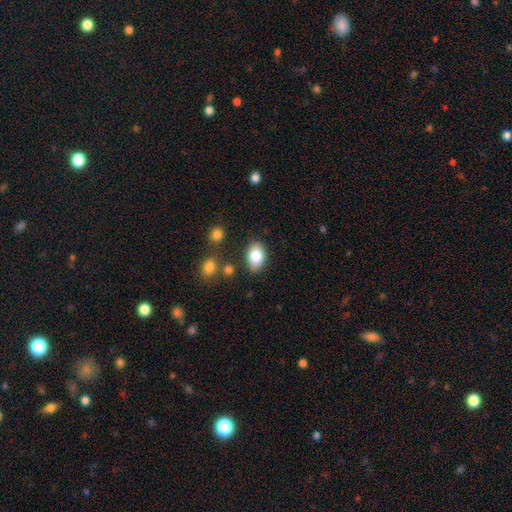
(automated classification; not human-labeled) Smooth or featured? Predicted: smooth (p=0.82). How rounded? Predicted: in between (p=0.88). Merging? Predicted: none (p=0.81).